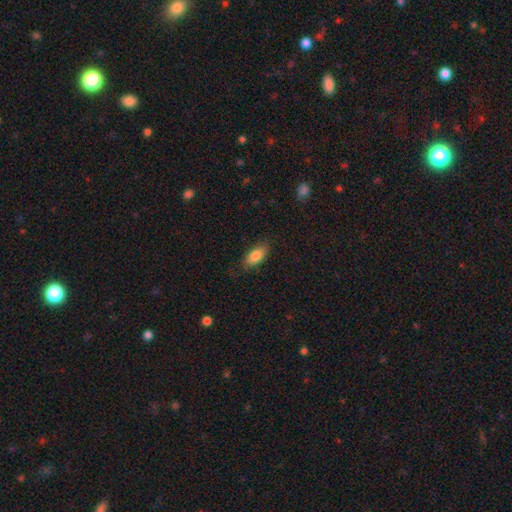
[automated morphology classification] A smooth galaxy with no disk features (83%) that is in between round and cigar-shaped (88%).

Vote fractions:
- Smooth or featured? smooth: 83% / featured or disk: 10% / star or artifact: 7%
- How rounded? in between: 88% / cigar-shaped: 9% / round: 3%
- Merging? none: 79% / minor disturbance: 16% / major disturbance: 4% / merger: 1%